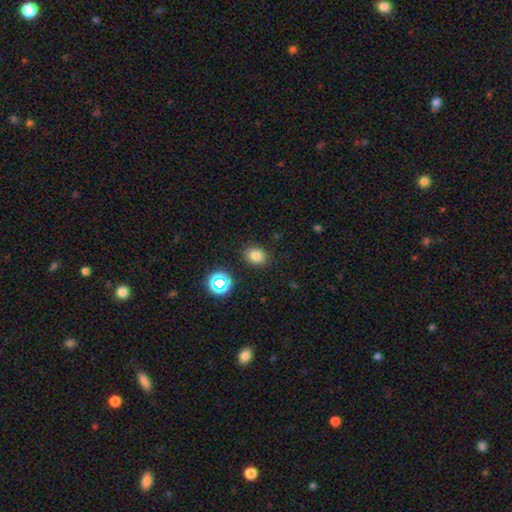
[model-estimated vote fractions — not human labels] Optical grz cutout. It shows a smooth galaxy with no disk features (77%) that is round (51%). Merging: none (86%).